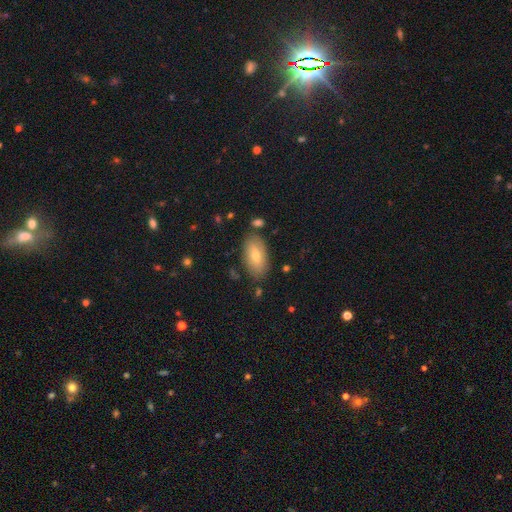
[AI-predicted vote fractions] This appears to be a smooth galaxy with no disk features (65%) that is in between round and cigar-shaped (92%). Merging: none (80%).